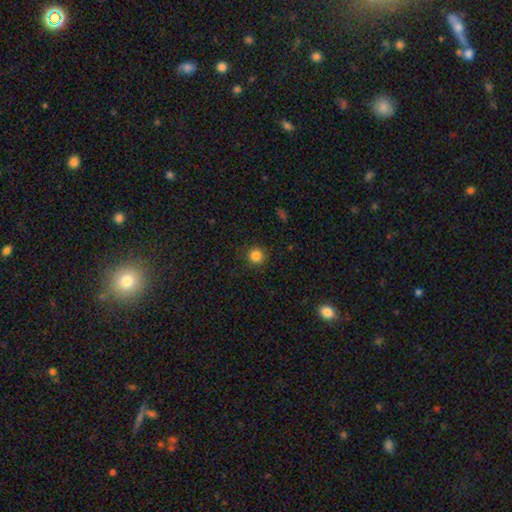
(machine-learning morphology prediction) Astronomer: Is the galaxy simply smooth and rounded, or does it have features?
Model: smooth — 84%.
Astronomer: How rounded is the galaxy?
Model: round — 94%.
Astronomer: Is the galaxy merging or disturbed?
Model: none — 88%.